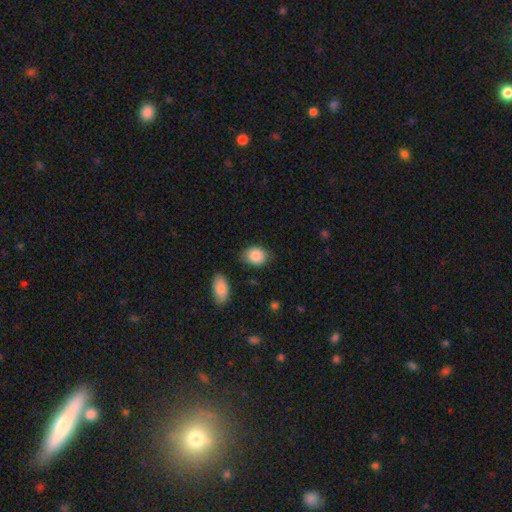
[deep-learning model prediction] Smooth or featured? Predicted: smooth (p=0.88). How rounded? Predicted: in between (p=0.63). Merging? Predicted: none (p=0.77).